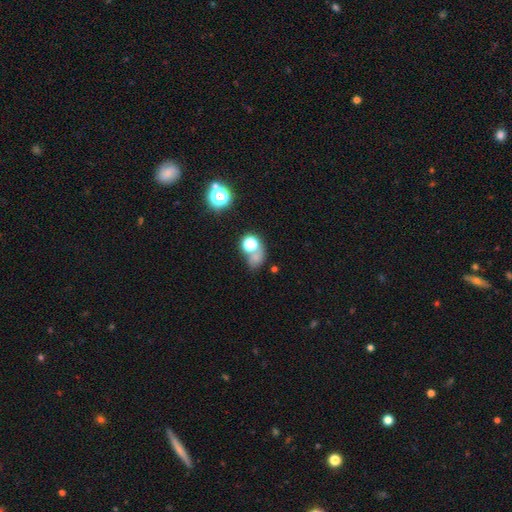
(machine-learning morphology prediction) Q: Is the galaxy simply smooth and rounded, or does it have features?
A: smooth — 58%.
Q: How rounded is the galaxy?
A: round — 52%.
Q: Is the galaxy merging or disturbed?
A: none — 44%.